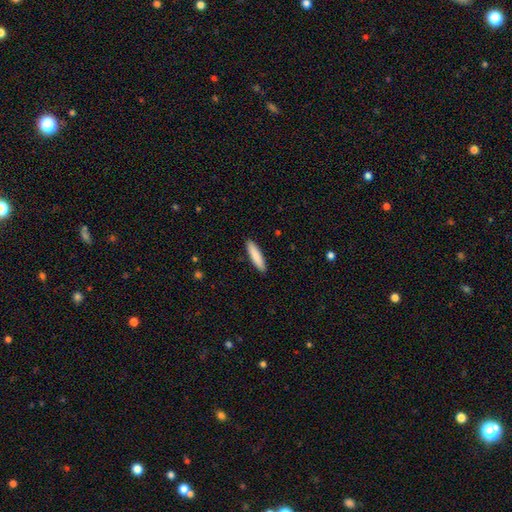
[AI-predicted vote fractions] Morphology: type=smooth (86%); roundness=cigar-shaped (80%); merging=none (91%).